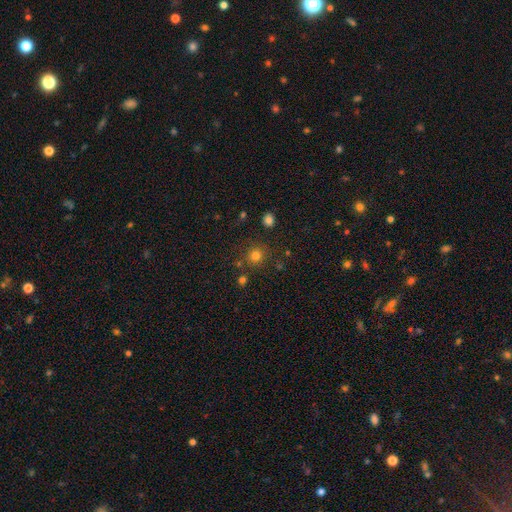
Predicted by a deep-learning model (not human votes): The model was most divided on "smooth or featured": smooth: 78%, star or artifact: 16%, featured or disk: 6%. More confident: how rounded — round (90%); merging — none (82%).